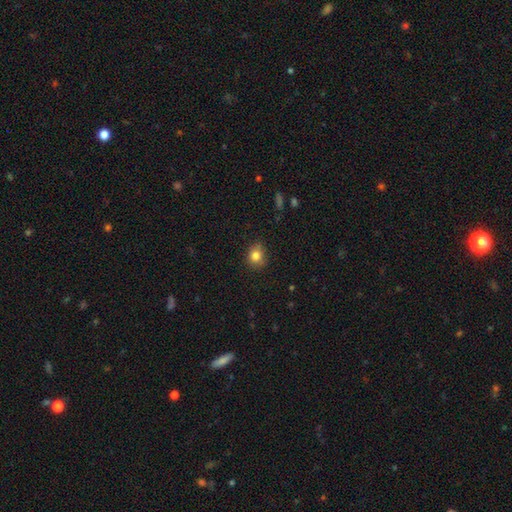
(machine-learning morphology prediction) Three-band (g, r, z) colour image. It shows a smooth galaxy with no disk features (82%) that is round (76%). Merging: none (78%).